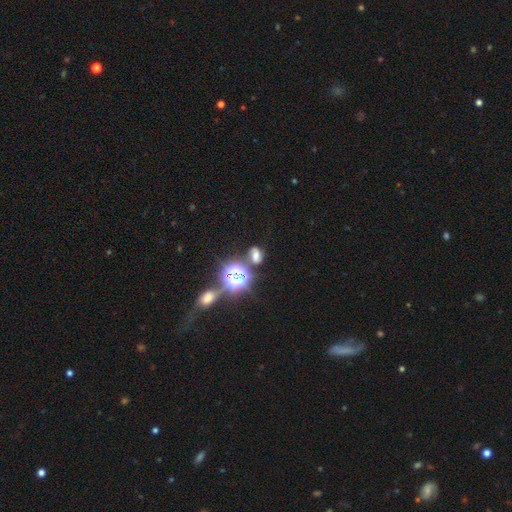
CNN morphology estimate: Smooth or featured: smooth — 45% (star or artifact — 40%)
Merging: none — 63% (minor disturbance — 15%)